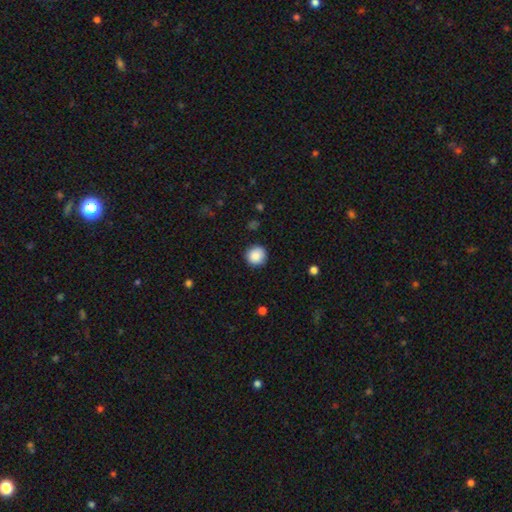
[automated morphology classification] Overall: smooth (88%). How rounded: round (94%). Merging: none (90%).